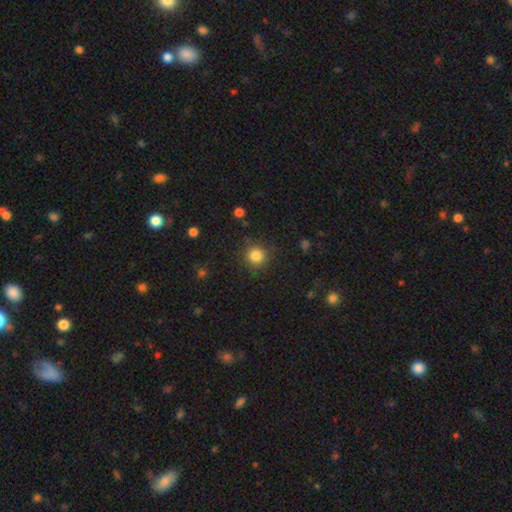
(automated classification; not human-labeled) Q: Smooth or featured?
A: smooth (84%); runner-up: star or artifact (11%)
Q: How rounded?
A: round (94%); runner-up: in between (5%)
Q: Merging?
A: none (88%); runner-up: minor disturbance (7%)